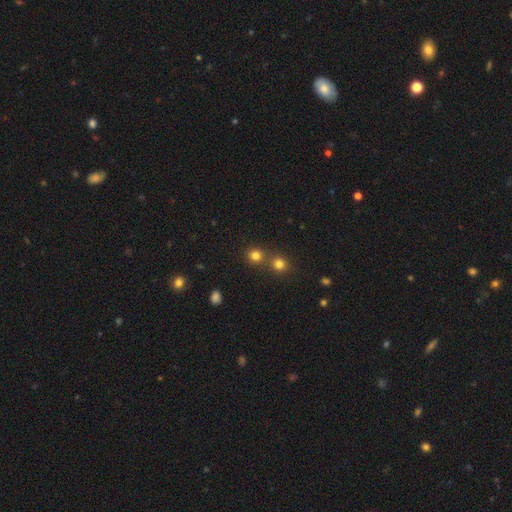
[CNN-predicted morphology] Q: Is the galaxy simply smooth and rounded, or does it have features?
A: smooth — 78%.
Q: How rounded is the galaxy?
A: round — 90%.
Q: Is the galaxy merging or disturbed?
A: none — 66%.